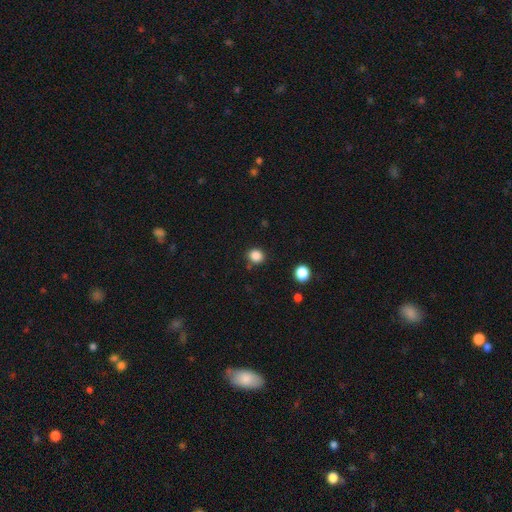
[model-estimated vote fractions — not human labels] This is clearly a smooth galaxy (85%). How rounded: clearly round (83%). Merging: clearly none (85%).